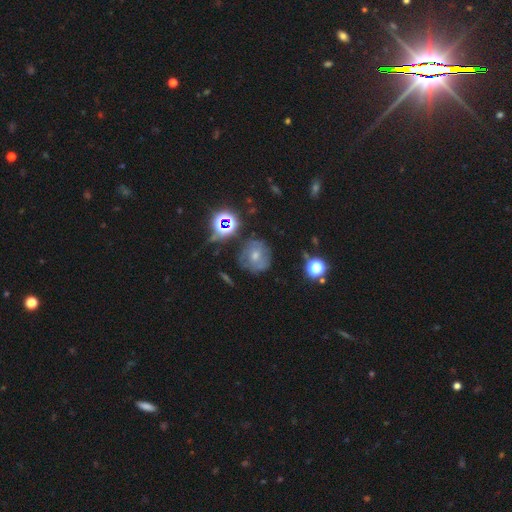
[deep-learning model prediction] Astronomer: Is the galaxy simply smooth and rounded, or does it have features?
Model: smooth — 39%, tied with featured or disk at 39%.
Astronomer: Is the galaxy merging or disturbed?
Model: none — 65%.